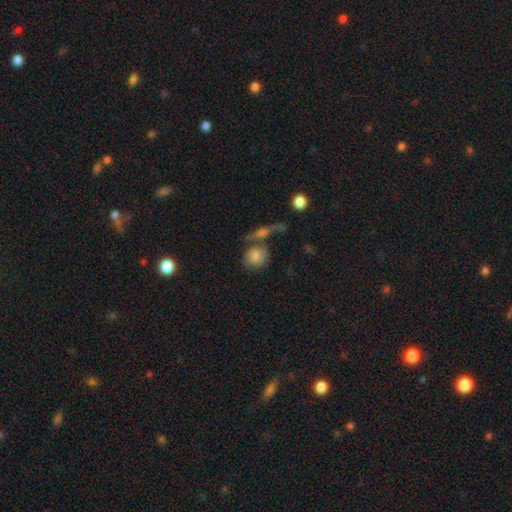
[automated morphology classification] Smooth or featured?
  - smooth: 73% *
  - featured or disk: 18%
  - star or artifact: 9%
How rounded?
  - round: 74% *
  - in between: 23%
  - cigar-shaped: 3%
Merging?
  - none: 48% *
  - merger: 32%
  - minor disturbance: 13%
  - major disturbance: 7%